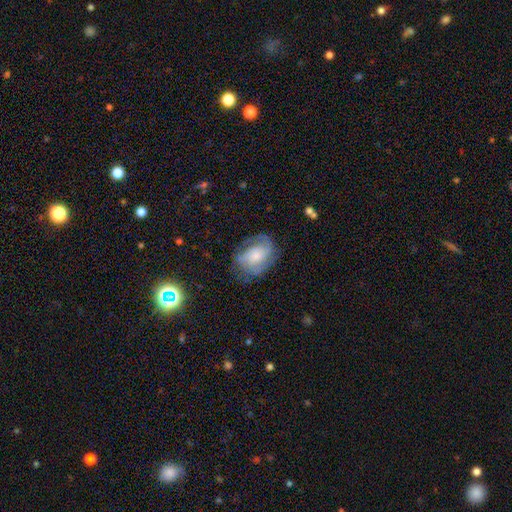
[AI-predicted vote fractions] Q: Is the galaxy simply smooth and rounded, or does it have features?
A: featured or disk — 62%.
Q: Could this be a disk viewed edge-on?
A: no — 97%.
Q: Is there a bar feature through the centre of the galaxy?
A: no — 71%.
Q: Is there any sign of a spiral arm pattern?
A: yes — 85%.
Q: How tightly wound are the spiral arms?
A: medium — 43%.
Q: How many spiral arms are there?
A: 2 — 49%.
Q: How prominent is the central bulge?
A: moderate — 35%.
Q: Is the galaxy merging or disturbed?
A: none — 60%.